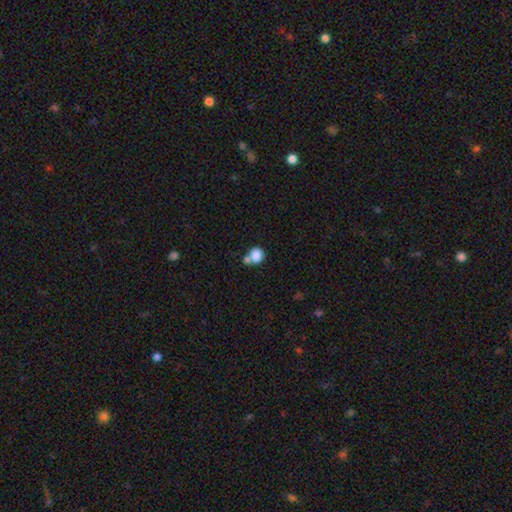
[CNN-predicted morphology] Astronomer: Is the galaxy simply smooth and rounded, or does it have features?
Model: smooth — 84%.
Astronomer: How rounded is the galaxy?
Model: round — 81%.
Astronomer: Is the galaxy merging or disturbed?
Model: none — 44% (runner-up: merger, 41%).